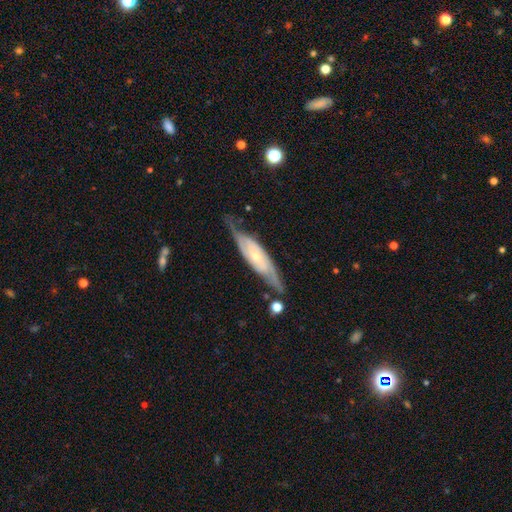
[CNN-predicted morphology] A featured or disk galaxy (77%) with no bar (62%), spiral arms (87%) and a small central bulge (63%).

Vote fractions:
- Smooth or featured? featured or disk: 77% / smooth: 18% / star or artifact: 6%
- Edge-on disk? no: 66% / yes: 34%
- Bar? no: 62% / weak: 28% / strong: 10%
- Spiral arms? yes: 87% / no: 13%
- Bulge size? small: 63% / moderate: 30% / none: 3% / large: 3% / dominant: 1%
- Merging? none: 68% / minor disturbance: 22% / major disturbance: 7% / merger: 3%